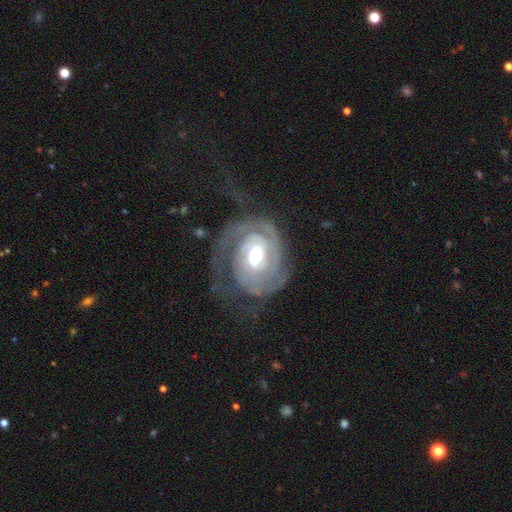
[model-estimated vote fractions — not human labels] Smooth or featured? Predicted: featured or disk (p=0.88). Edge-on disk? Predicted: no (p=0.97). Bar? Predicted: weak (p=0.49). Spiral arms? Predicted: yes (p=0.96). Spiral winding? Predicted: tight (p=0.63). Spiral arm count? Predicted: 2 (p=0.47). Bulge size? Predicted: moderate (p=0.67). Merging? Predicted: none (p=0.52).